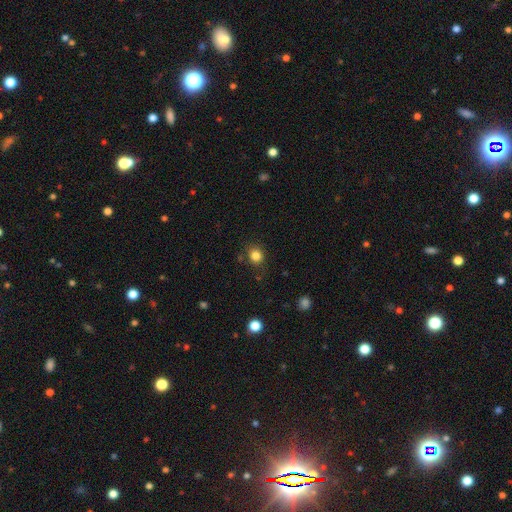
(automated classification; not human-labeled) Smooth or featured: smooth — 83% (star or artifact — 12%)
How rounded: round — 77% (in between — 22%)
Merging: none — 80% (minor disturbance — 13%)